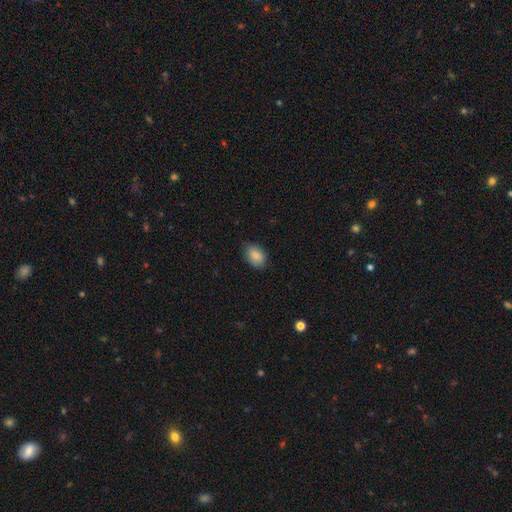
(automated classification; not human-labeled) Morphology: type=smooth (87%); roundness=in between (82%); merging=none (78%).